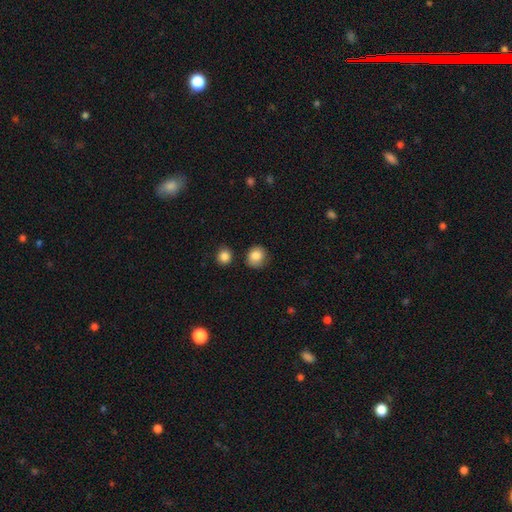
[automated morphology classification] This appears to be a smooth galaxy with no disk features (85%) that is round (82%). Merging: none (78%).